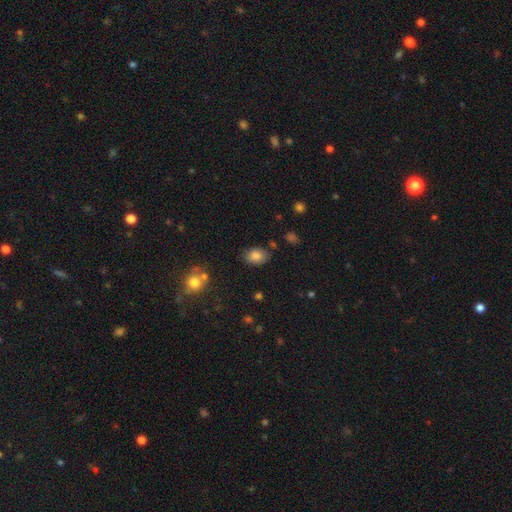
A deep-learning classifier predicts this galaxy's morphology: Smooth or featured: smooth — 83% (star or artifact — 9%)
How rounded: in between — 76% (round — 22%)
Merging: none — 79% (minor disturbance — 14%)